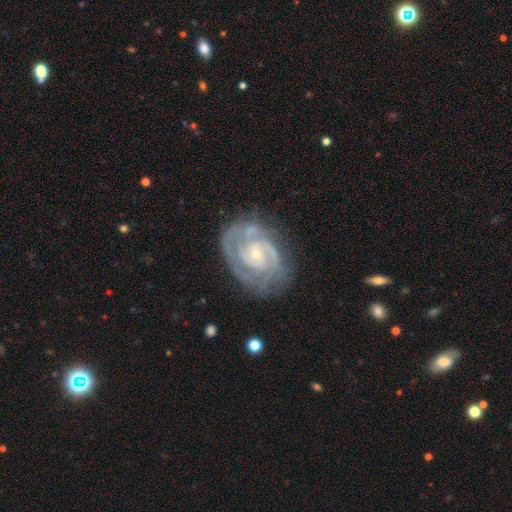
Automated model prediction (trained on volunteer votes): Overall: featured or disk (86%). Edge-on disk: no (97%). Bar: no (60%; weak 32%). Spiral arms: yes (95%). Spiral arm count: 2 (57%). Spiral winding: tight (66%; medium 29%). Bulge size: small (72%). Merging: none (72%).